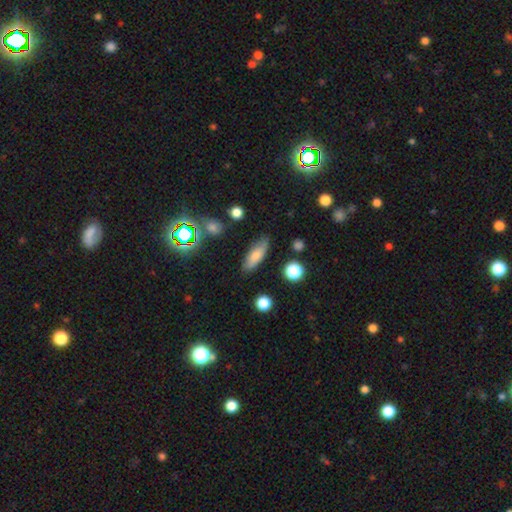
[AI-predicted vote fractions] Smooth or featured?
  - smooth: 72% *
  - featured or disk: 19%
  - star or artifact: 9%
How rounded?
  - in between: 59% *
  - cigar-shaped: 37%
  - round: 3%
Merging?
  - none: 81% *
  - minor disturbance: 13%
  - major disturbance: 3%
  - merger: 3%